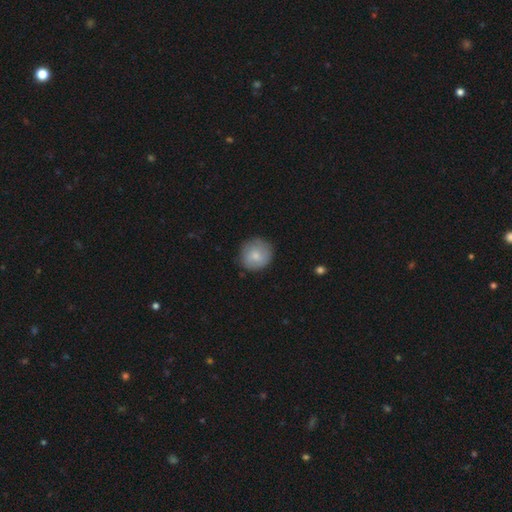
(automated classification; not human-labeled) Smooth or featured? Predicted: smooth (p=0.76). How rounded? Predicted: round (p=0.91). Merging? Predicted: none (p=0.83).